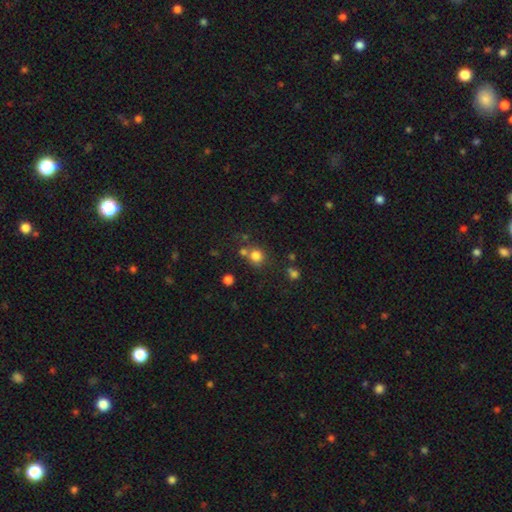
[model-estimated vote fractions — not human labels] A smooth galaxy with no disk features (78%) that is round (86%). Merging: none (65%).